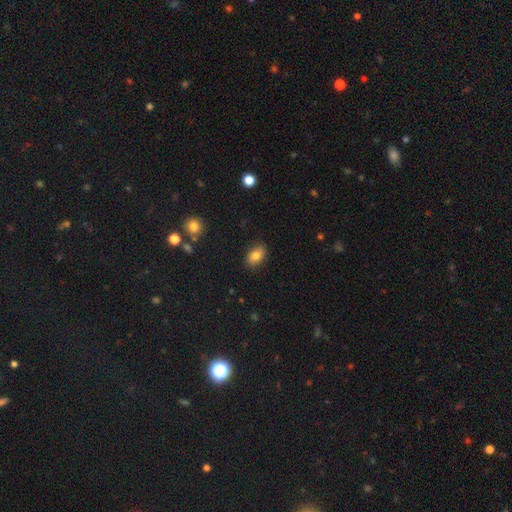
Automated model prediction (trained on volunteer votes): Overall: smooth (80%). How rounded: in between (86%). Merging: none (86%).